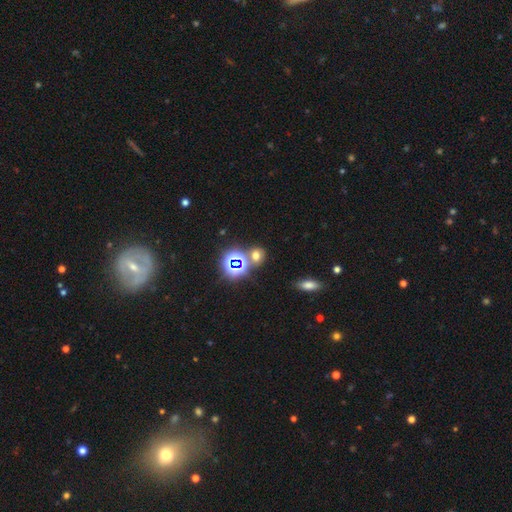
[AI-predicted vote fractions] Smooth or featured? smooth (55%)
How rounded? round (64%)
Merging? none (66%)